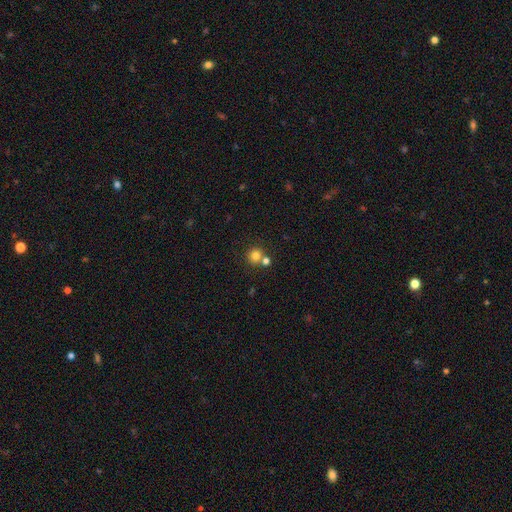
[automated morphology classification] Smooth or featured? Predicted: smooth (p=0.79). How rounded? Predicted: round (p=0.91). Merging? Predicted: none (p=0.63).